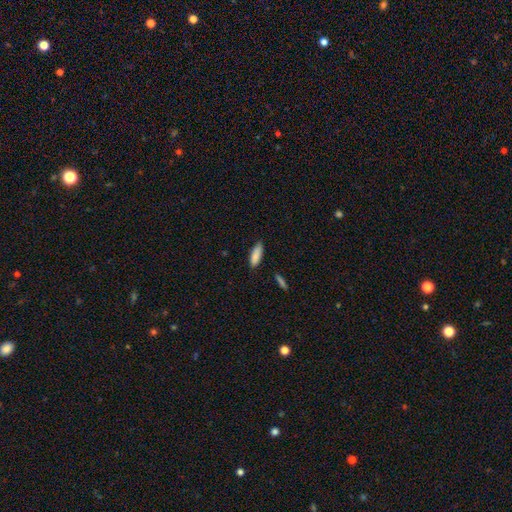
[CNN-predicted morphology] A smooth galaxy with no disk features (87%) that is in between round and cigar-shaped (63%).

Vote fractions:
- Smooth or featured? smooth: 87% / star or artifact: 7% / featured or disk: 6%
- How rounded? in between: 63% / cigar-shaped: 35% / round: 2%
- Merging? none: 78% / minor disturbance: 17% / major disturbance: 3% / merger: 2%